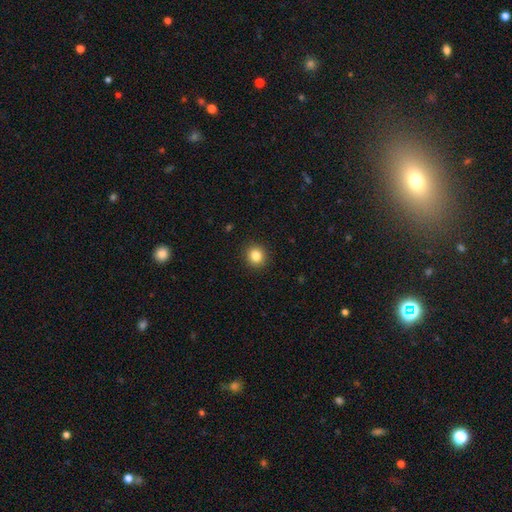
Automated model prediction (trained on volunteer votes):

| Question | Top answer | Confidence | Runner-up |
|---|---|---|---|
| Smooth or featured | smooth | 84% | star or artifact (11%) |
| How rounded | round | 89% | in between (10%) |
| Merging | none | 92% | minor disturbance (5%) |